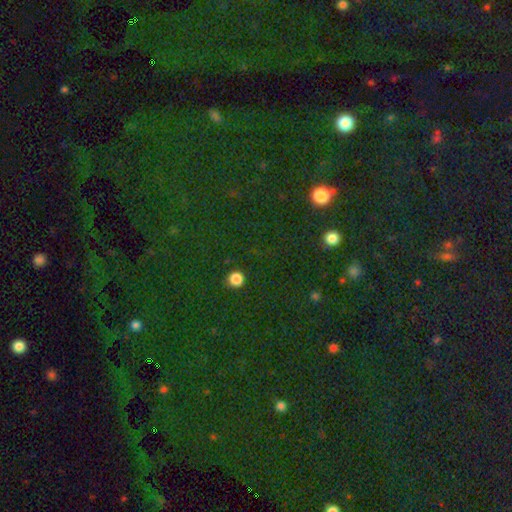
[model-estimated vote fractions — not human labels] This is likely a star or artifact rather than a galaxy (74%).